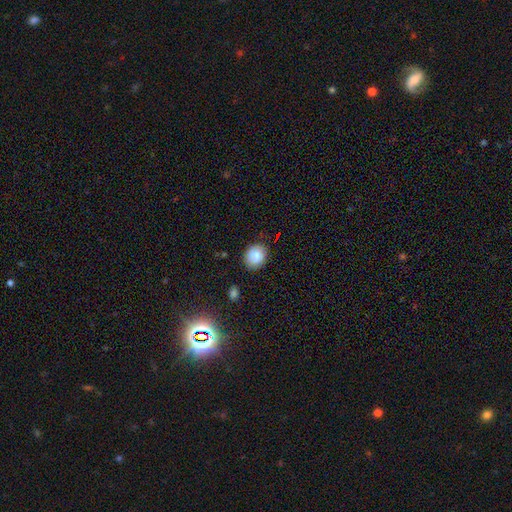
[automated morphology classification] smooth 83%, star or artifact 9%, featured or disk 7%. Down the decision tree: how rounded — round (63%); merging — none (83%).